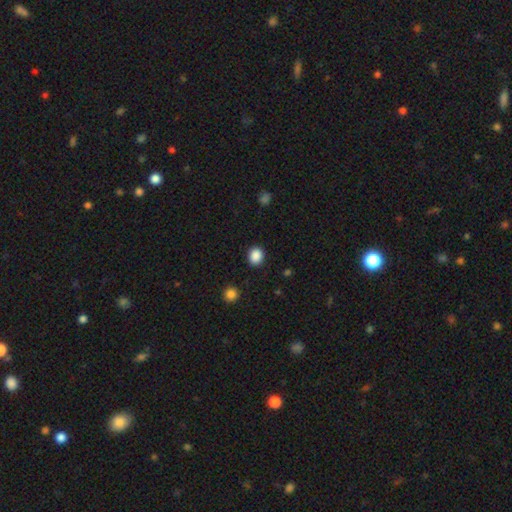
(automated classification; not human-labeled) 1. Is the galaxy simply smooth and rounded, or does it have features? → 88% smooth, 10% star or artifact, 3% featured or disk.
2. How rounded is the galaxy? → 70% round, 29% in between, 1% cigar-shaped.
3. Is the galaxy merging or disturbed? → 89% none, 7% minor disturbance, 3% major disturbance, 1% merger.